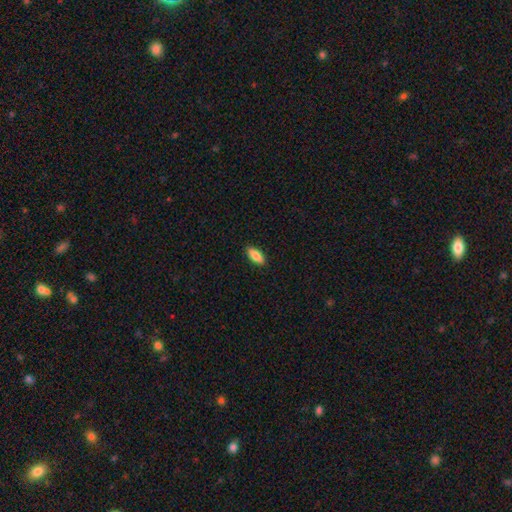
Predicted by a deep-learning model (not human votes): Smooth or featured: smooth — 84% (featured or disk — 10%)
How rounded: in between — 81% (cigar-shaped — 17%)
Merging: none — 90% (minor disturbance — 8%)